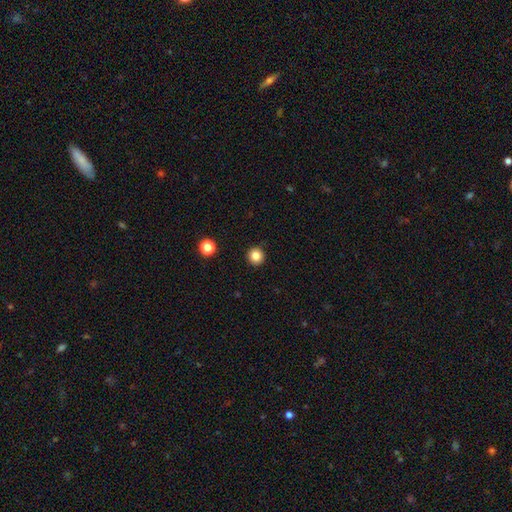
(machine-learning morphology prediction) Q: Smooth or featured?
A: smooth (83%); runner-up: star or artifact (11%)
Q: How rounded?
A: round (95%); runner-up: in between (4%)
Q: Merging?
A: none (92%); runner-up: minor disturbance (5%)